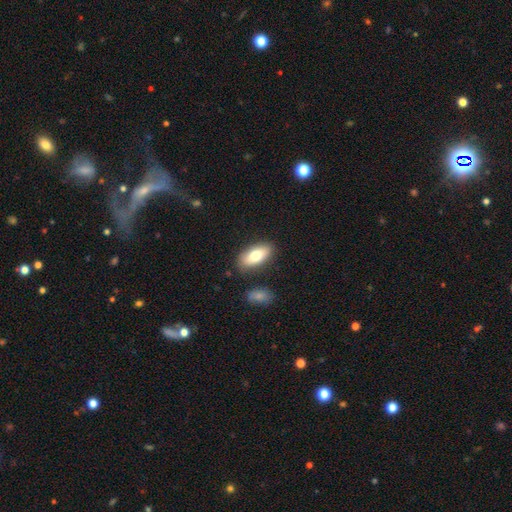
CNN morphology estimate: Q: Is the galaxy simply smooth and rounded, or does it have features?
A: smooth — 75%.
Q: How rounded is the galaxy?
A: in between — 89%.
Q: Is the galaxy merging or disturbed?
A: none — 83%.